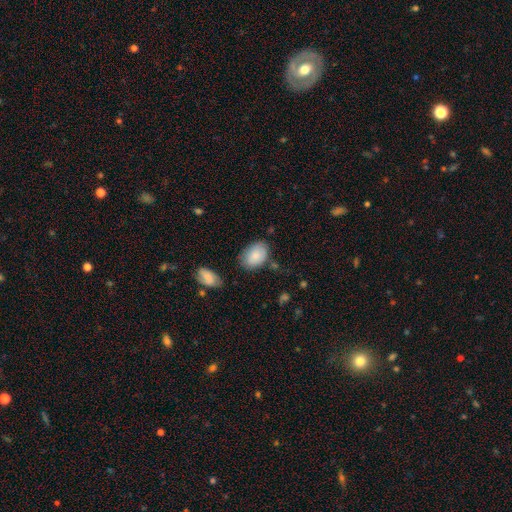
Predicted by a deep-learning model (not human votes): smooth 84%, featured or disk 10%, star or artifact 7%. Down the decision tree: how rounded — in between (86%); merging — none (70%).